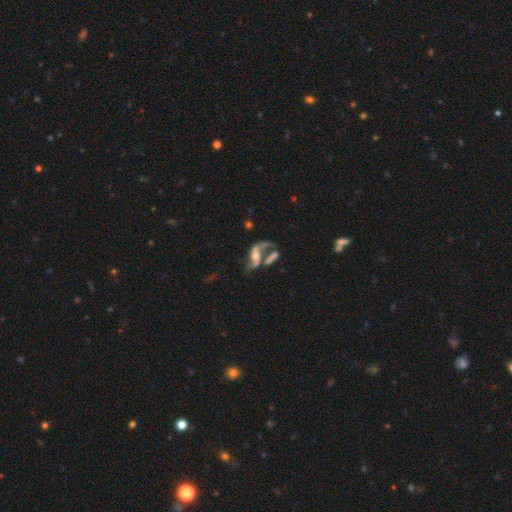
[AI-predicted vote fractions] A featured or disk galaxy (75%) with no bar (48%), 2 (73%) loose (77%) spiral arms (81%) and a moderate central bulge (47%). Merging: merger (38%).